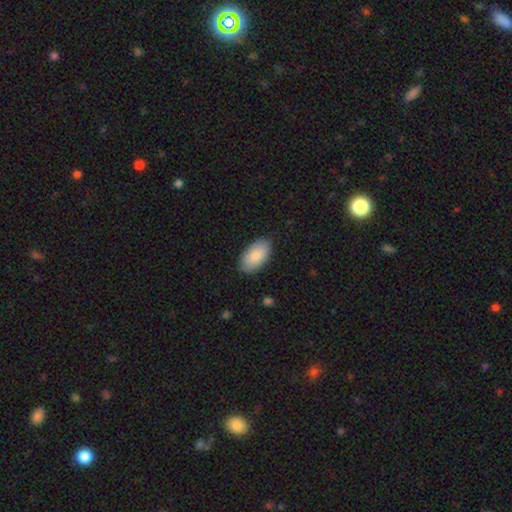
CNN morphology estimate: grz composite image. It shows a smooth galaxy with no disk features (87%) that is in between round and cigar-shaped (96%). Merging: none (85%).